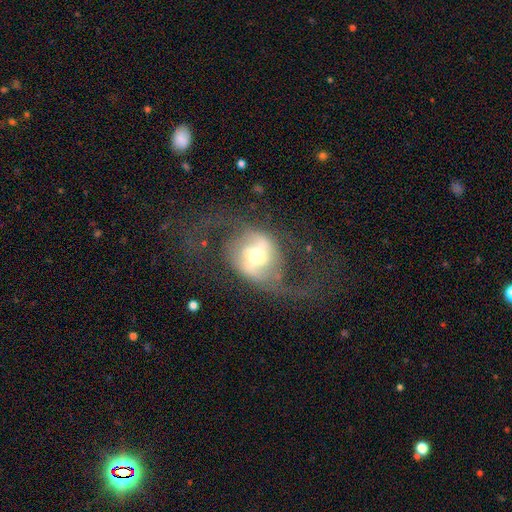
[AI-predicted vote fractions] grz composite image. It shows a featured or disk galaxy (77%) with a strong bar (41%), 2 (86%) loose (62%) spiral arms (80%) and a moderate central bulge (66%). Merging: none (51%).